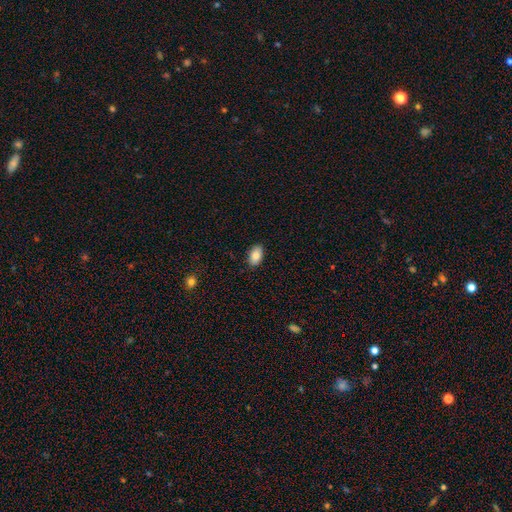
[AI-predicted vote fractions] Smooth or featured? smooth (83%)
How rounded? in between (92%)
Merging? none (88%)